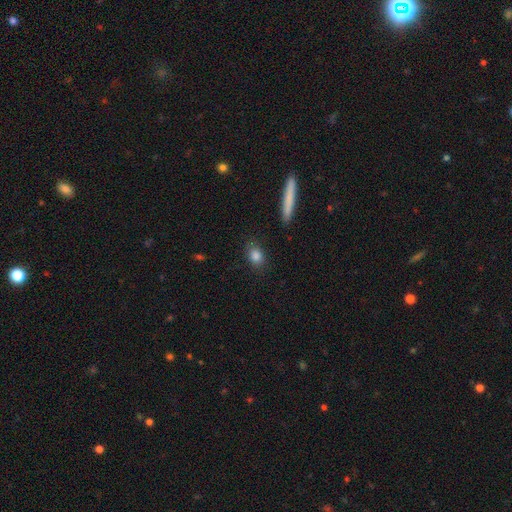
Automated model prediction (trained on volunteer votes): smooth-or-featured: smooth: 85% | star or artifact: 8% | featured or disk: 6%
  how-rounded: in between: 65% | round: 30% | cigar-shaped: 5%
  merging: none: 83% | minor disturbance: 12% | major disturbance: 3% | merger: 2%